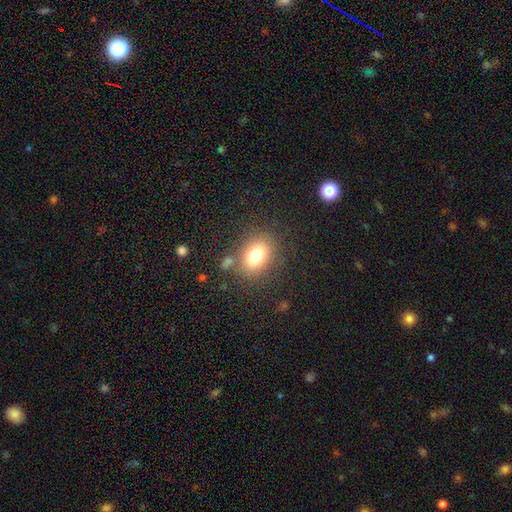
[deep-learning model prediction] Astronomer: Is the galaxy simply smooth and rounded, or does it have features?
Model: smooth — 80%.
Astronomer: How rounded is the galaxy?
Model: in between — 71%.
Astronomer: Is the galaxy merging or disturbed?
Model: none — 74%.